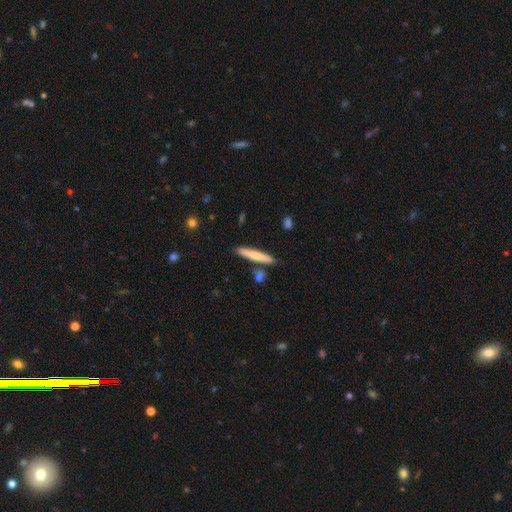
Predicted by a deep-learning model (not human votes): Q: Smooth or featured?
A: smooth (68%); runner-up: featured or disk (26%)
Q: How rounded?
A: cigar-shaped (93%); runner-up: in between (5%)
Q: Merging?
A: none (82%); runner-up: minor disturbance (10%)